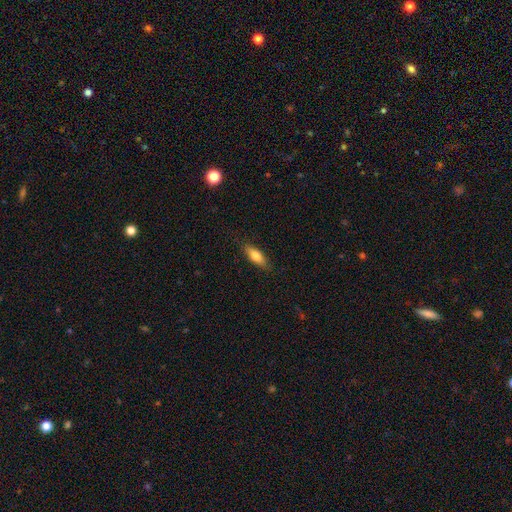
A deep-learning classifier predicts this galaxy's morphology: Smooth or featured?
  - smooth: 73% *
  - featured or disk: 20%
  - star or artifact: 7%
How rounded?
  - in between: 61% *
  - cigar-shaped: 36%
  - round: 3%
Merging?
  - none: 84% *
  - minor disturbance: 12%
  - major disturbance: 3%
  - merger: 1%